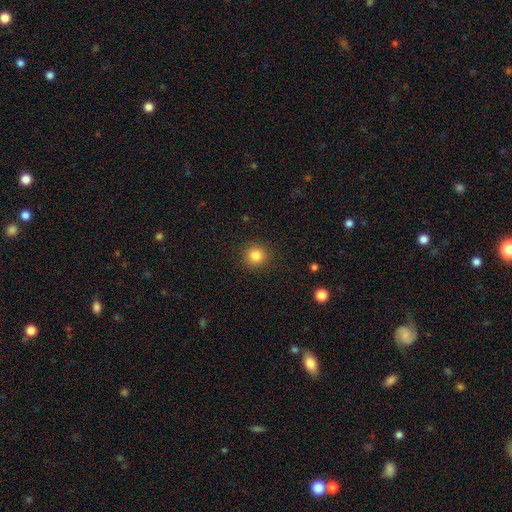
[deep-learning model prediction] The model was most divided on "smooth or featured": smooth: 84%, star or artifact: 11%, featured or disk: 5%. More confident: how rounded — round (93%); merging — none (91%).